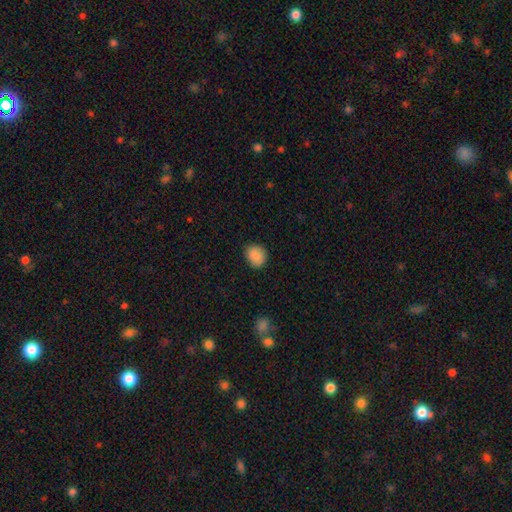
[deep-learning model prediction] smooth_or_featured: smooth (p=0.88) [alt: star or artifact p=0.08]
how_rounded: round (p=0.70) [alt: in between p=0.29]
merging: none (p=0.85) [alt: minor disturbance p=0.12]